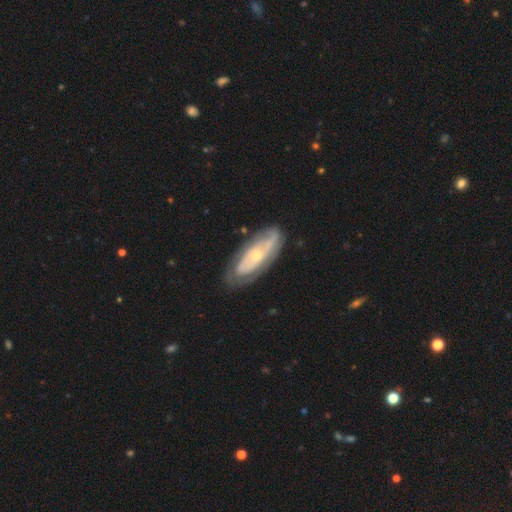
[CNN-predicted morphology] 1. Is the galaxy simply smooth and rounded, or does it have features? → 70% featured or disk, 24% smooth, 5% star or artifact.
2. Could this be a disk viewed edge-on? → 86% no, 14% yes.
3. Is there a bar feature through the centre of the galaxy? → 72% no, 21% weak, 6% strong.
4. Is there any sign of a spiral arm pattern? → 76% yes, 24% no.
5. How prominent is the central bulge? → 63% small, 32% moderate, 2% none, 2% large, 1% dominant.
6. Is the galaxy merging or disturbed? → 71% none, 20% minor disturbance, 7% major disturbance, 2% merger.